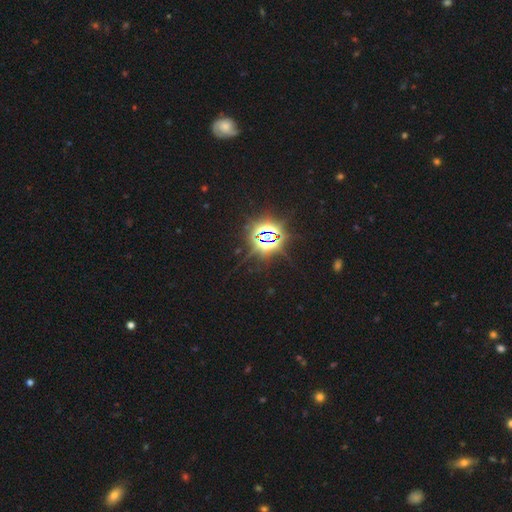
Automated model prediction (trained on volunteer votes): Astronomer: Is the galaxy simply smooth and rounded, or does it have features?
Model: star or artifact — 81%.